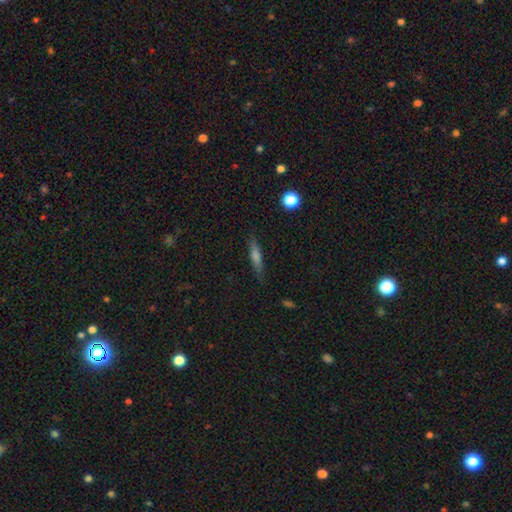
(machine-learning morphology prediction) Overall: smooth (56%; featured or disk 35%). How rounded: cigar-shaped (84%). Merging: none (86%).